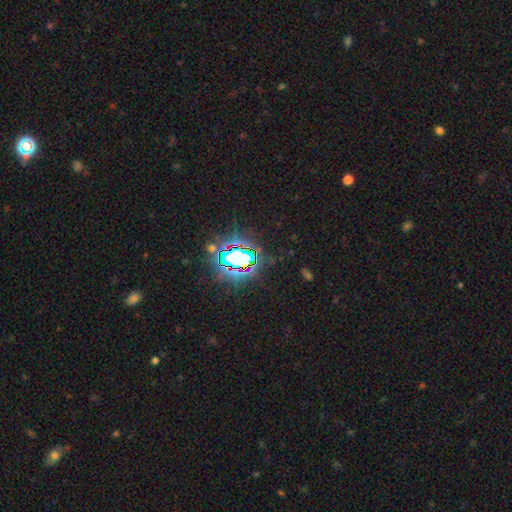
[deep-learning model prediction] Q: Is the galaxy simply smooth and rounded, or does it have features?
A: star or artifact — 82%.